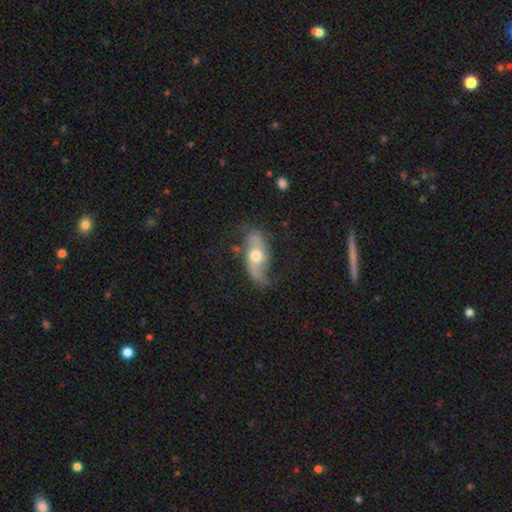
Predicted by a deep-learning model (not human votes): Morphology: type=featured or disk (75%); edge-on=no (88%); bar=no (60%); spiral arms=yes (88%); winding=loose (75%); arm count=2 (89%); bulge=moderate (73%); merging=none (59%).